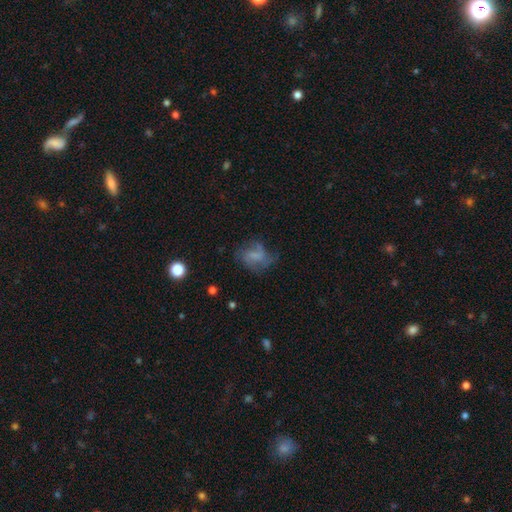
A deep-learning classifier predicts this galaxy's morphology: This appears to be a featured or disk galaxy (47%). Merging: none (44%).